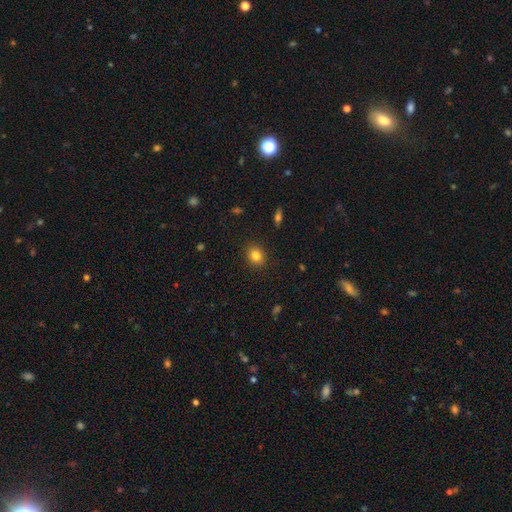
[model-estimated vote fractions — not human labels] Q: Smooth or featured?
A: smooth (83%); runner-up: star or artifact (11%)
Q: How rounded?
A: round (58%); runner-up: in between (41%)
Q: Merging?
A: none (89%); runner-up: minor disturbance (7%)